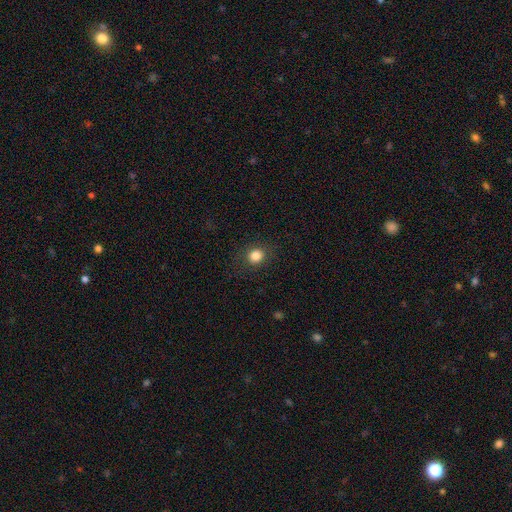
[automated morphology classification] smooth_or_featured: smooth (p=0.83) [alt: star or artifact p=0.11]
how_rounded: round (p=0.79) [alt: in between p=0.20]
merging: none (p=0.85) [alt: minor disturbance p=0.10]